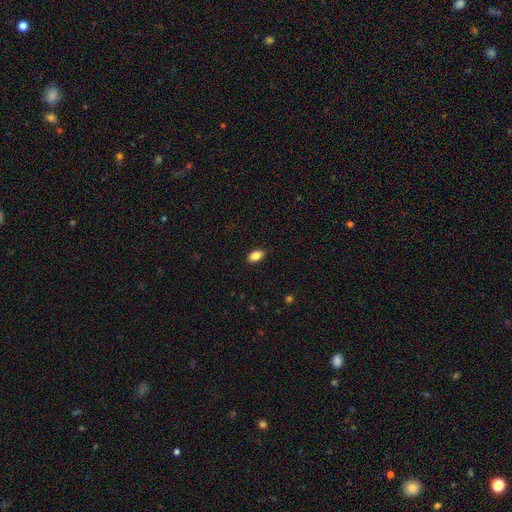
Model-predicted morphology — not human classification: This is clearly a smooth galaxy (86%). How rounded: clearly in between (90%). Merging: clearly none (89%).